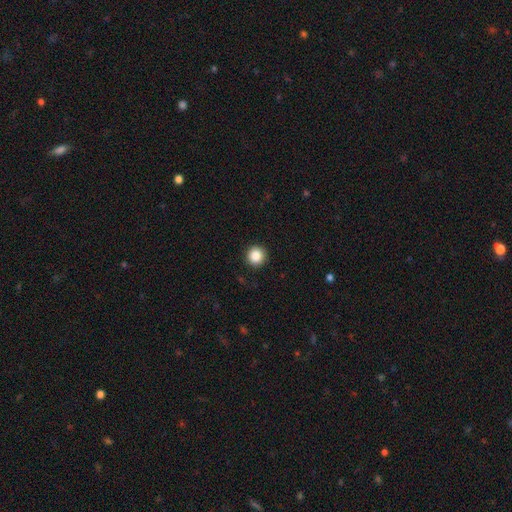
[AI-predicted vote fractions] Smooth or featured?
  - smooth: 87% *
  - star or artifact: 9%
  - featured or disk: 4%
How rounded?
  - round: 95% *
  - in between: 4%
  - cigar-shaped: 1%
Merging?
  - none: 93% *
  - minor disturbance: 5%
  - major disturbance: 2%
  - merger: 1%